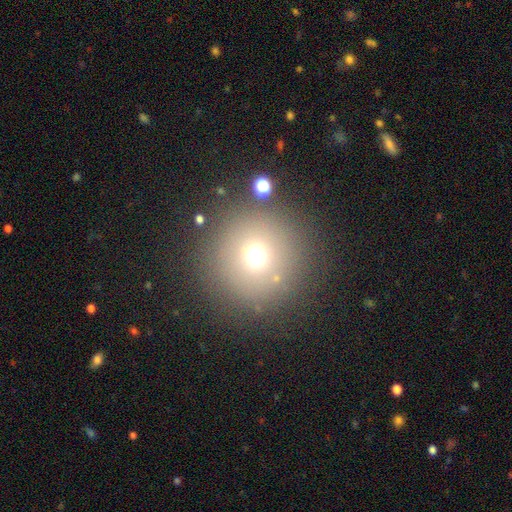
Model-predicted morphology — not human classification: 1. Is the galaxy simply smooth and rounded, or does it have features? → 66% smooth, 21% star or artifact, 12% featured or disk.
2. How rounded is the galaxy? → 96% round, 3% in between, 1% cigar-shaped.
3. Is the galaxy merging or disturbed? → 85% none, 7% minor disturbance, 4% merger, 4% major disturbance.